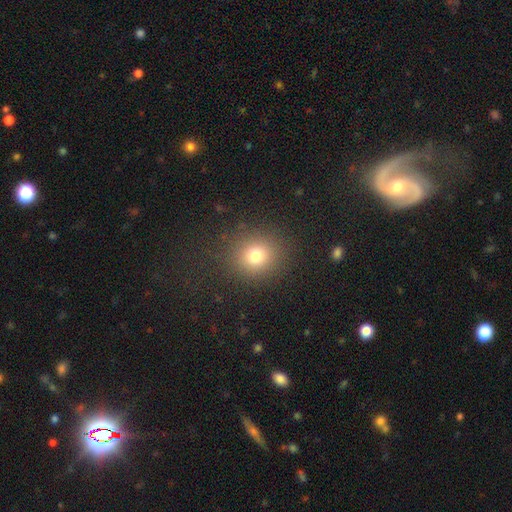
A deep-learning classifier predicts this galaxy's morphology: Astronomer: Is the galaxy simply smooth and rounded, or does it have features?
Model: smooth — 77%.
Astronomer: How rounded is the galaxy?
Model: round — 85%.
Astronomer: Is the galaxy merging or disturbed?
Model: none — 87%.